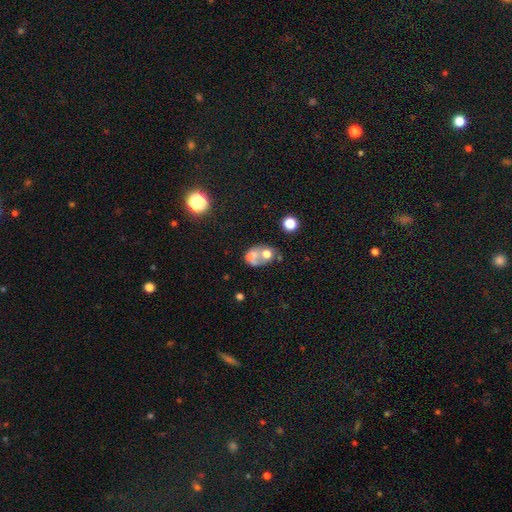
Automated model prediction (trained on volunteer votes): The model was most divided on "how rounded": in between: 52%, round: 47%, cigar-shaped: 1%. More confident: merging — merger (56%); smooth or featured — smooth (53%).